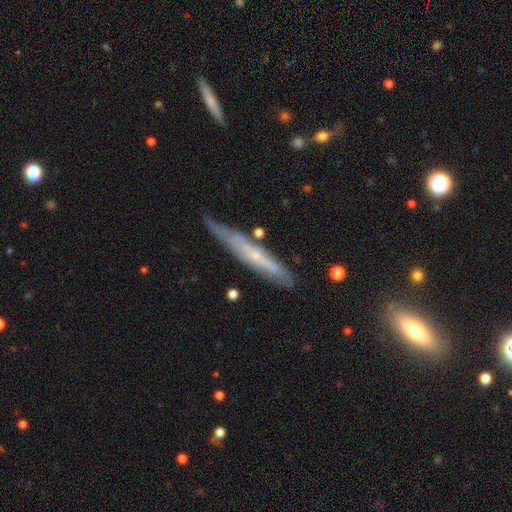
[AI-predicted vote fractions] Q: Smooth or featured?
A: featured or disk (58%); runner-up: smooth (35%)
Q: Edge-on disk?
A: yes (76%); runner-up: no (24%)
Q: Merging?
A: none (64%); runner-up: minor disturbance (27%)